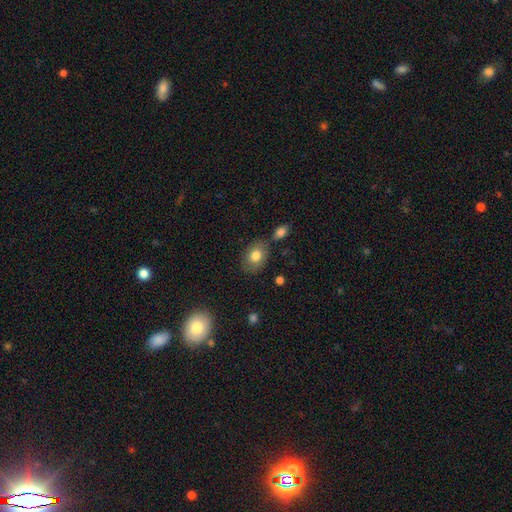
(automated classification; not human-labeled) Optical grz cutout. It shows a smooth galaxy with no disk features (79%) that is in between round and cigar-shaped (70%). Merging: none (73%).